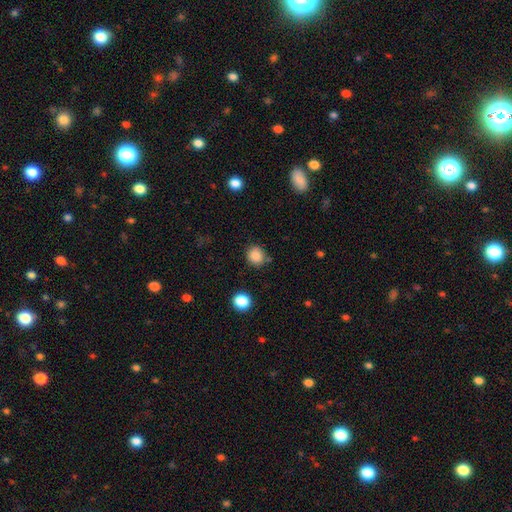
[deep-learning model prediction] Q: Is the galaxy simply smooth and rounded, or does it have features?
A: smooth — 86%.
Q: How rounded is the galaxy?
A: round — 81%.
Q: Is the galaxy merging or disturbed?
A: none — 80%.